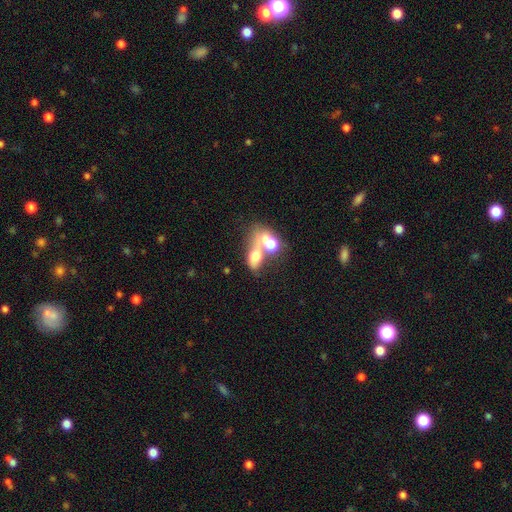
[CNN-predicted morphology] Smooth or featured? Predicted: smooth (p=0.57). How rounded? Predicted: in between (p=0.70). Merging? Predicted: merger (p=0.63).